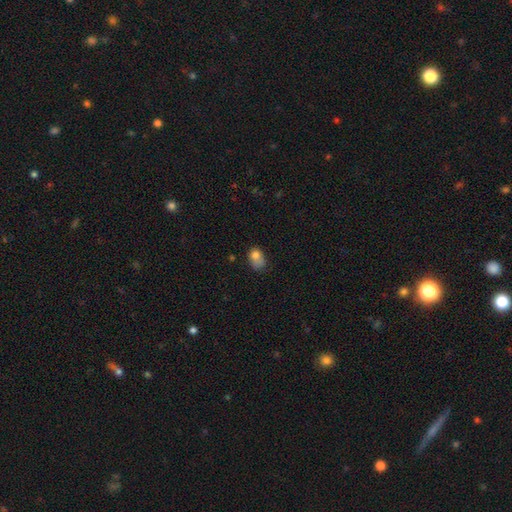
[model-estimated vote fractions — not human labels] This appears to be a smooth galaxy with no disk features (77%) that is in between round and cigar-shaped (72%). Merging: minor disturbance (37%).